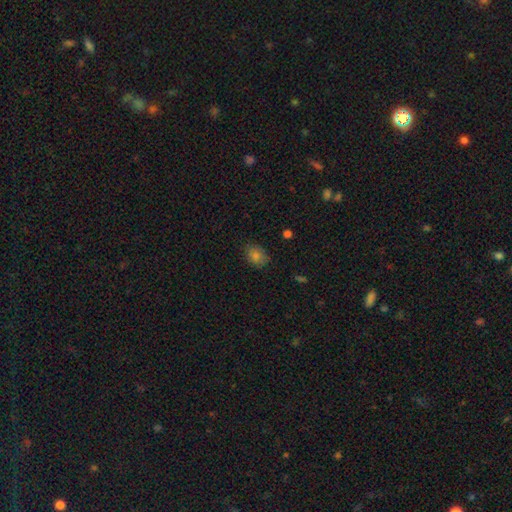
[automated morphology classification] Q: Smooth or featured?
A: smooth (78%); runner-up: star or artifact (14%)
Q: How rounded?
A: in between (64%); runner-up: round (35%)
Q: Merging?
A: none (81%); runner-up: minor disturbance (15%)